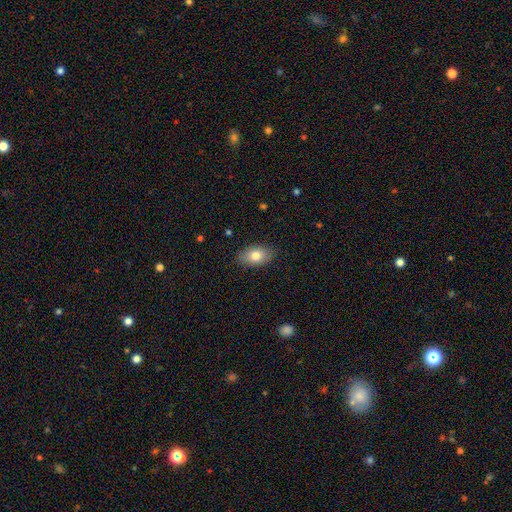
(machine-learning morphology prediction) The model was most divided on "smooth or featured": smooth: 78%, featured or disk: 14%, star or artifact: 8%. More confident: how rounded — in between (90%); merging — none (86%).